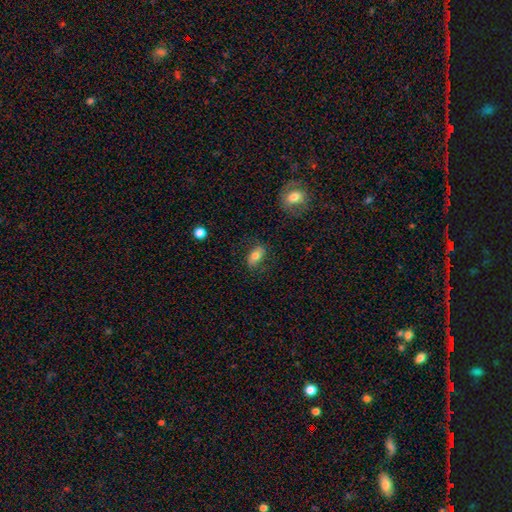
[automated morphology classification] Smooth or featured? Predicted: smooth (p=0.72). How rounded? Predicted: in between (p=0.87). Merging? Predicted: none (p=0.78).